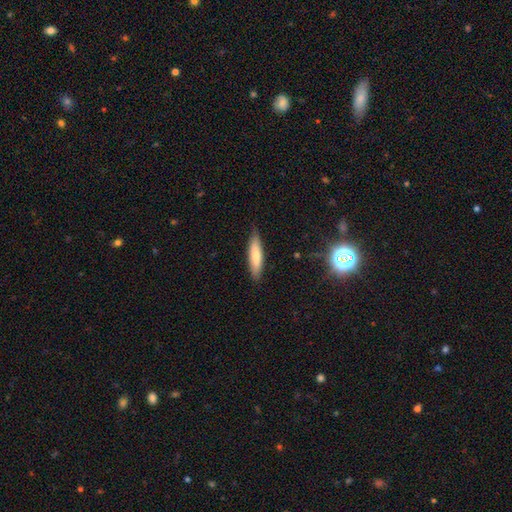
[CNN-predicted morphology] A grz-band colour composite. It shows a smooth galaxy with no disk features (73%) that is cigar-shaped (74%). Merging: none (85%).